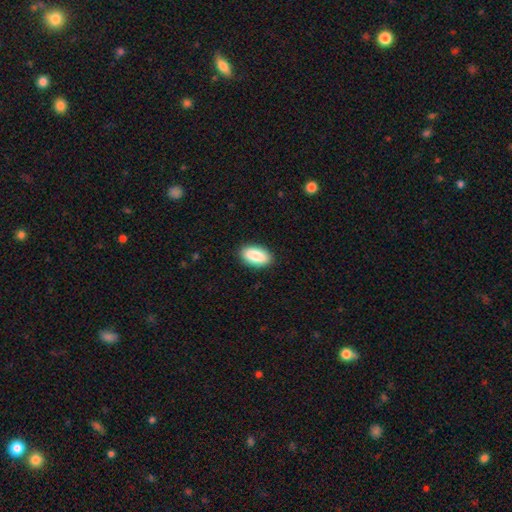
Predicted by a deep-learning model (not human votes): smooth-or-featured: smooth: 87% | featured or disk: 6% | star or artifact: 6%
  how-rounded: in between: 93% | cigar-shaped: 4% | round: 3%
  merging: none: 89% | minor disturbance: 8% | major disturbance: 2% | merger: 1%